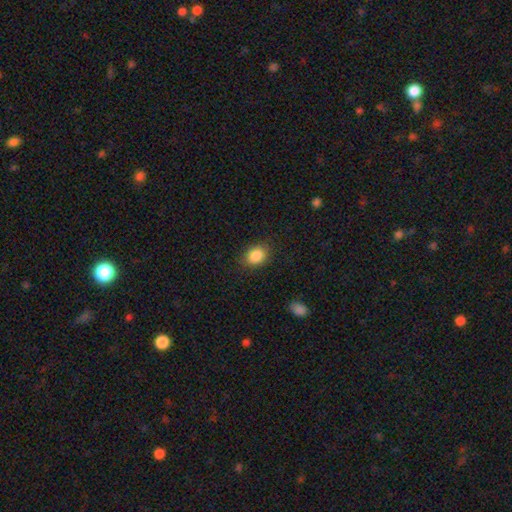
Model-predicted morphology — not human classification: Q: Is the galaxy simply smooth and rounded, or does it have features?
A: smooth — 87%.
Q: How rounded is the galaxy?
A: in between — 61%.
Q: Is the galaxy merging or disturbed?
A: none — 86%.